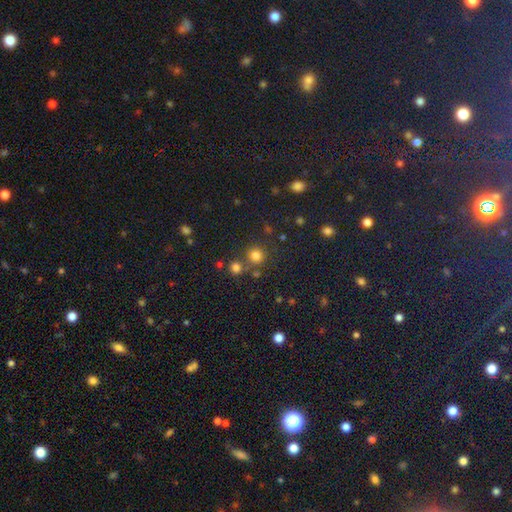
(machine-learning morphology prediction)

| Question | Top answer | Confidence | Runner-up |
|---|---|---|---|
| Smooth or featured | smooth | 76% | star or artifact (18%) |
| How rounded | round | 92% | in between (7%) |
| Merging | none | 73% | merger (16%) |